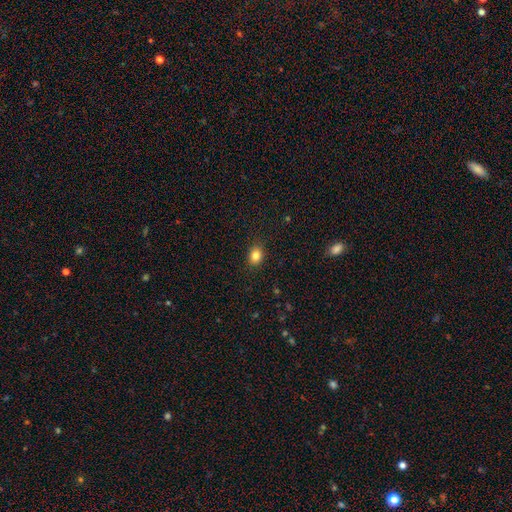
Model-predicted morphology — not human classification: smooth_or_featured: smooth (p=0.84) [alt: star or artifact p=0.11]
how_rounded: in between (p=0.60) [alt: round p=0.39]
merging: none (p=0.88) [alt: minor disturbance p=0.09]